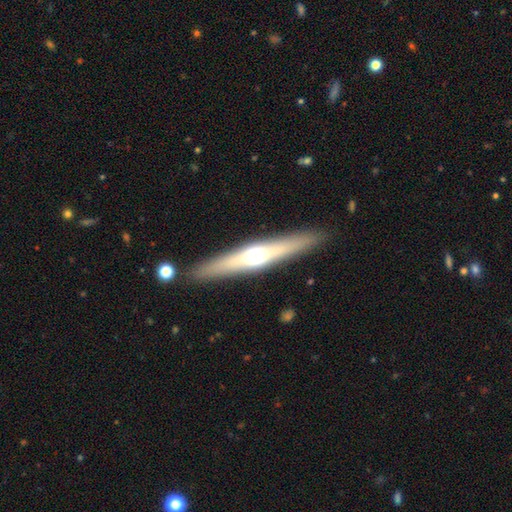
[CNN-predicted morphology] smooth_or_featured: featured or disk (p=0.58) [alt: smooth p=0.36]
disk_edge_on: yes (p=0.93) [alt: no p=0.07]
edge_on_bulge: rounded (p=0.89) [alt: none p=0.07]
merging: none (p=0.89) [alt: minor disturbance p=0.07]